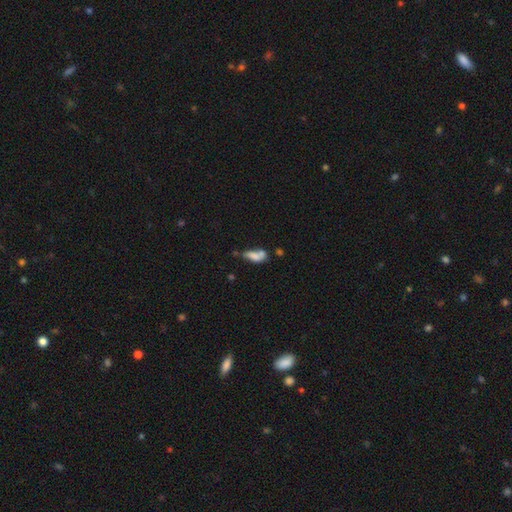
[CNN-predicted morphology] smooth_or_featured: smooth (p=0.67) [alt: featured or disk p=0.22]
how_rounded: in between (p=0.74) [alt: cigar-shaped p=0.22]
merging: merger (p=0.38) [alt: none p=0.26]